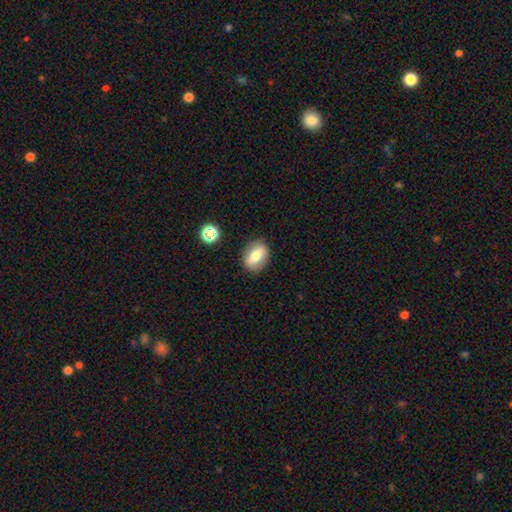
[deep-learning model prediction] This appears to be a smooth galaxy with no disk features (63%) that is in between round and cigar-shaped (67%). Merging: none (86%).